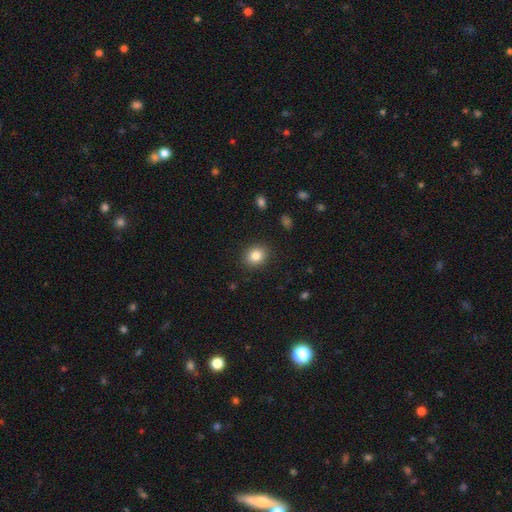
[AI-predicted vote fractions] This is clearly a smooth galaxy (83%). How rounded: likely round (68%). Merging: clearly none (89%).